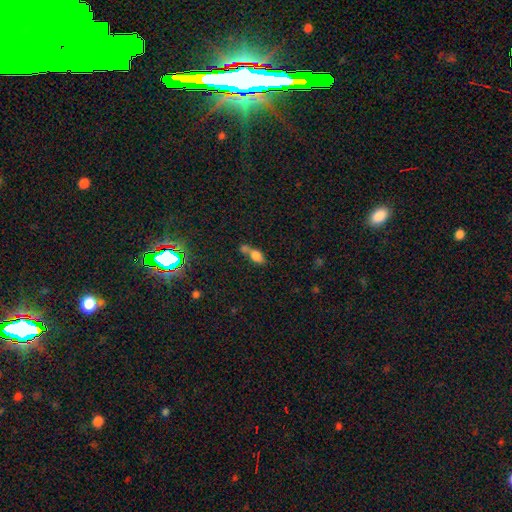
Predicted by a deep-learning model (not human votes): The model was most divided on "merging": merger: 56%, none: 27%, minor disturbance: 11%, major disturbance: 6%. More confident: how rounded — in between (79%); smooth or featured — smooth (75%).